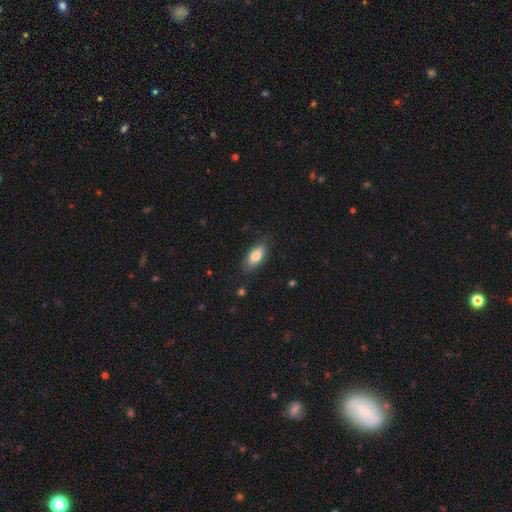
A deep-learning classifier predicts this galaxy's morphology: smooth-or-featured: smooth: 80% | featured or disk: 13% | star or artifact: 7%
  how-rounded: in between: 87% | cigar-shaped: 10% | round: 3%
  merging: none: 82% | minor disturbance: 13% | major disturbance: 3% | merger: 1%